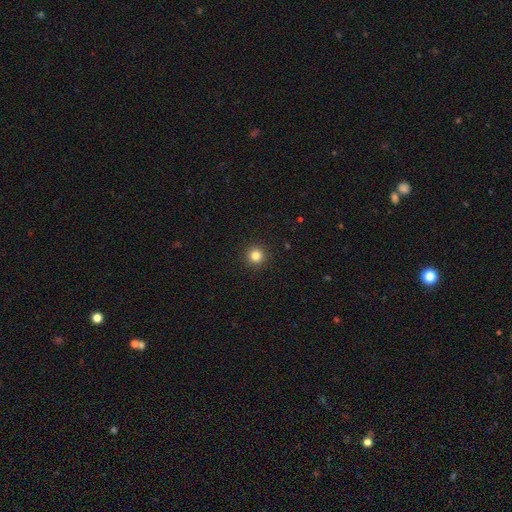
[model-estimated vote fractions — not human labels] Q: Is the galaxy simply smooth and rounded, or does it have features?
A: smooth — 83%.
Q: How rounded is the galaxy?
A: round — 96%.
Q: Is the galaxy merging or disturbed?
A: none — 93%.